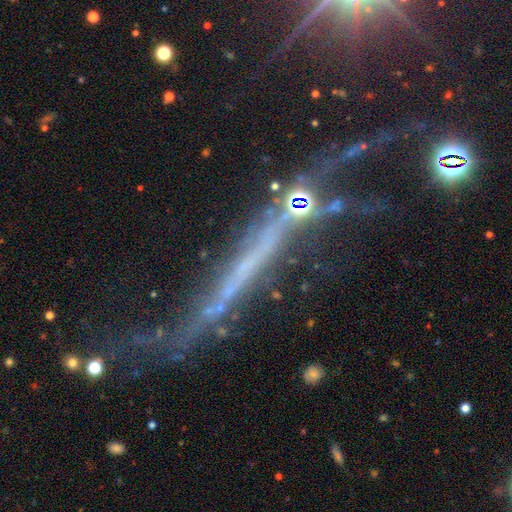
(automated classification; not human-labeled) A featured or disk galaxy (62%) viewed edge-on (76%). Merging: none (41%).